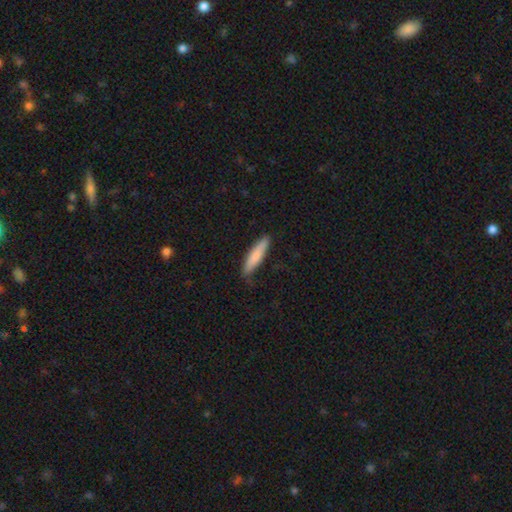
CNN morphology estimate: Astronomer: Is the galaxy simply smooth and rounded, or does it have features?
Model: smooth — 80%.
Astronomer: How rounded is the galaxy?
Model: cigar-shaped — 83%.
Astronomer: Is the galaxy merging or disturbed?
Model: none — 79%.